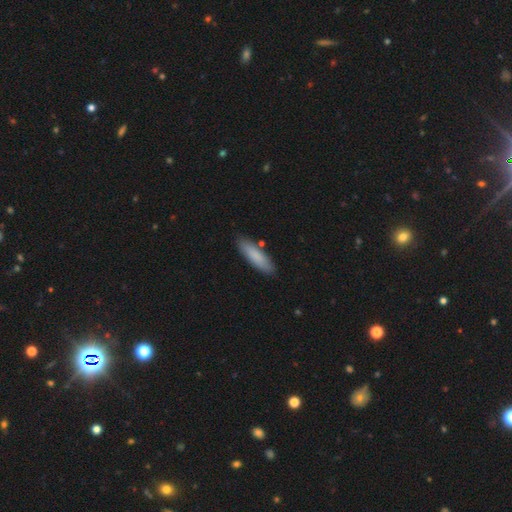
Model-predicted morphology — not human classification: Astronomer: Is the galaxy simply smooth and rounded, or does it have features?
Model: smooth — 84%.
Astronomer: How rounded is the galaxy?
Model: cigar-shaped — 65%.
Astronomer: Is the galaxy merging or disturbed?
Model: none — 85%.